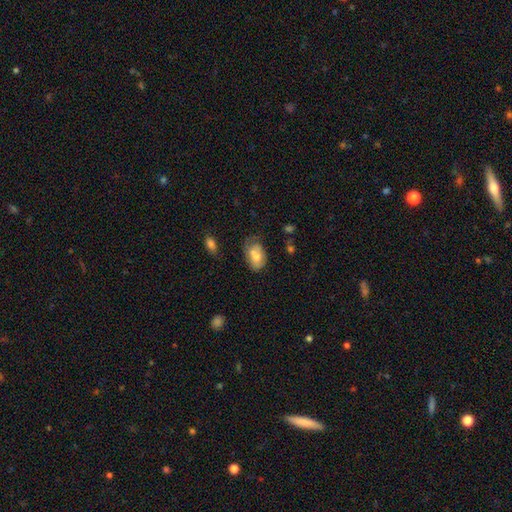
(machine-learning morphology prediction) This is likely a smooth galaxy (64%). How rounded: clearly in between (88%). Merging: marginally none (37%).